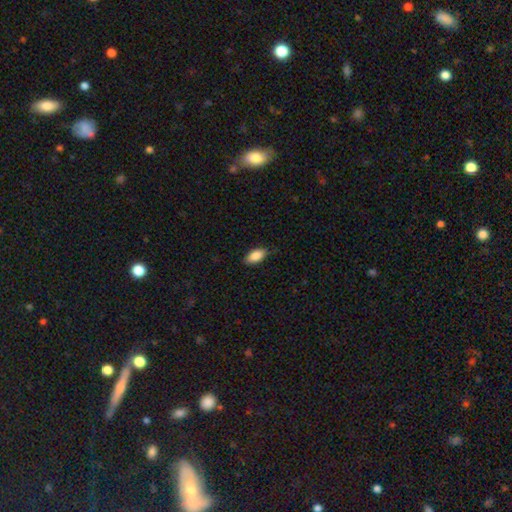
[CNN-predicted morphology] type=smooth (88%); roundness=in between (91%); merging=none (85%).